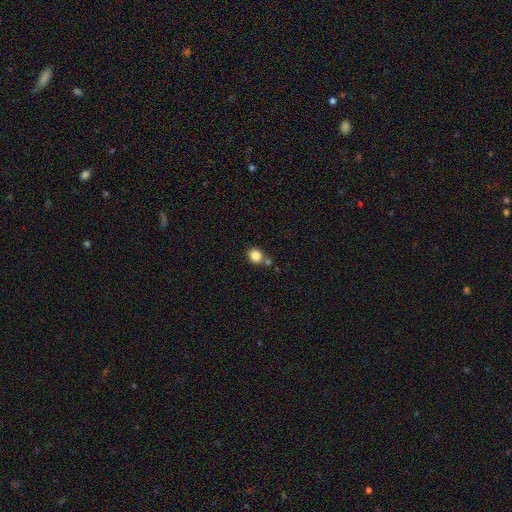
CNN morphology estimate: The model was most divided on "merging": none: 66%, merger: 20%, minor disturbance: 11%, major disturbance: 3%. More confident: smooth or featured — smooth (84%); how rounded — round (77%).